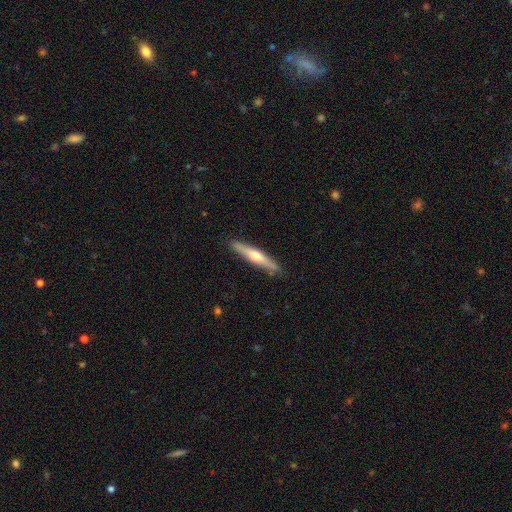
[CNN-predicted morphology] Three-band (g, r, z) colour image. It shows a featured or disk galaxy (54%) viewed edge-on (95%) with a rounded central bulge (84%). Merging: none (90%).